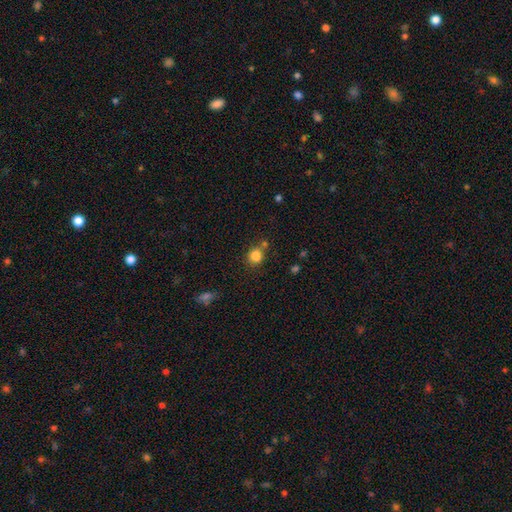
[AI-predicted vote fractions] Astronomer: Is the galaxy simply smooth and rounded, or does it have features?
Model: smooth — 84%.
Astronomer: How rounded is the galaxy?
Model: round — 83%.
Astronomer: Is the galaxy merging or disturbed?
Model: none — 68%.